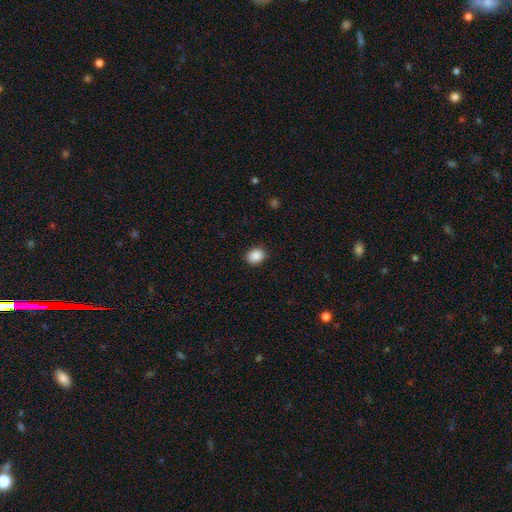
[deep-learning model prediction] Overall: smooth (89%). How rounded: in between (54%; round 45%). Merging: none (89%).